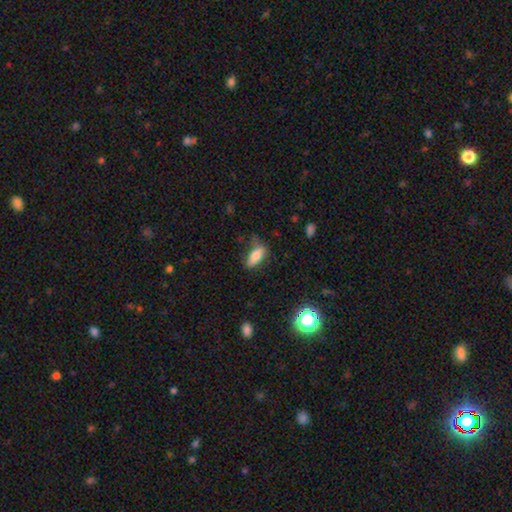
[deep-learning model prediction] smooth-or-featured: smooth: 75% | featured or disk: 16% | star or artifact: 8%
  how-rounded: in between: 75% | cigar-shaped: 22% | round: 3%
  merging: none: 63% | minor disturbance: 26% | major disturbance: 8% | merger: 3%